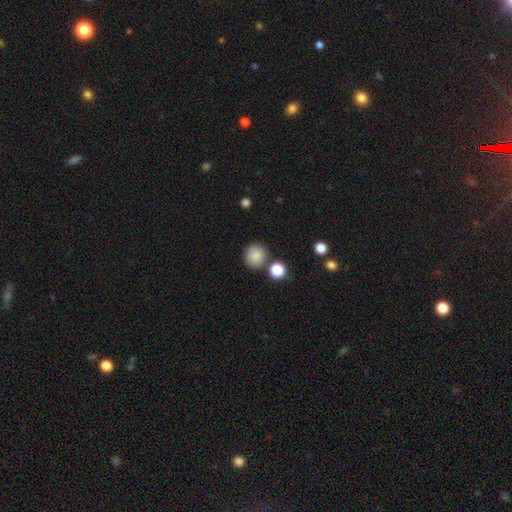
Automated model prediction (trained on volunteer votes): Overall: smooth (86%). How rounded: round (91%). Merging: none (79%).